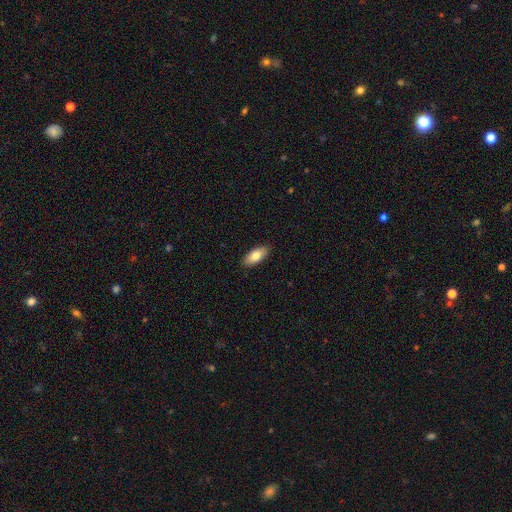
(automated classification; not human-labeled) The model was most divided on "smooth or featured": smooth: 81%, featured or disk: 13%, star or artifact: 6%. More confident: merging — none (89%); how rounded — in between (84%).